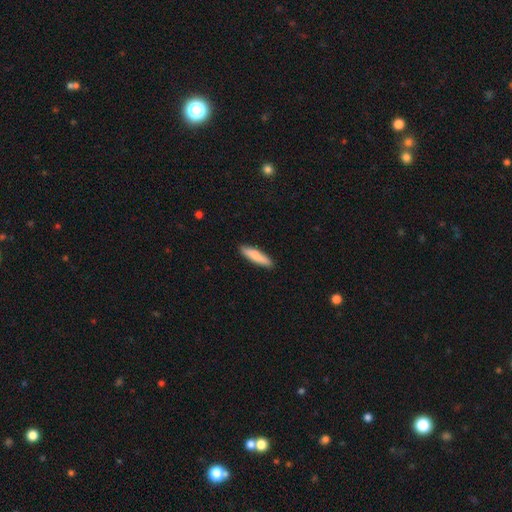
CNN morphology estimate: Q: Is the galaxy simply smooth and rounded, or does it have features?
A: smooth — 82%.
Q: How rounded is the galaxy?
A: cigar-shaped — 81%.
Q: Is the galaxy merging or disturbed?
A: none — 90%.